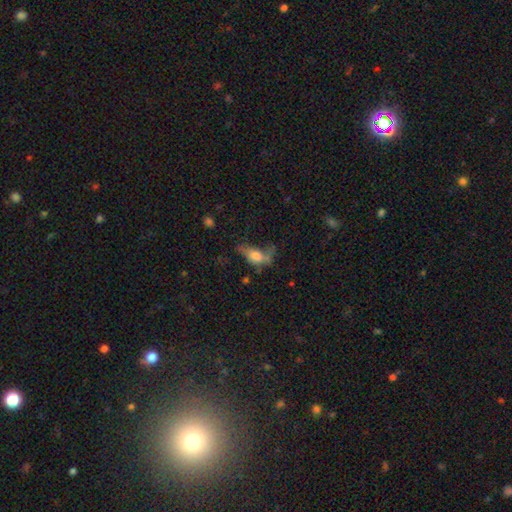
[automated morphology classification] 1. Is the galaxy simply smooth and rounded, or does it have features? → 53% smooth, 34% featured or disk, 13% star or artifact.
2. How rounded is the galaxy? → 77% in between, 14% cigar-shaped, 9% round.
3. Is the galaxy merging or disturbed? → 43% major disturbance, 26% none, 22% minor disturbance, 9% merger.